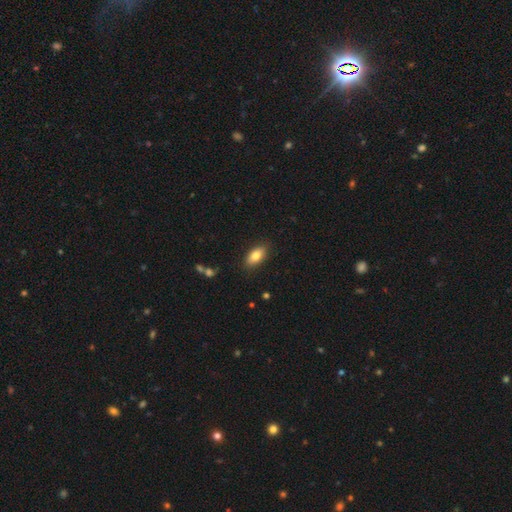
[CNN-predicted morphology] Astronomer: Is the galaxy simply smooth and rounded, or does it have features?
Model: smooth — 83%.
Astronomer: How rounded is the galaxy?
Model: in between — 89%.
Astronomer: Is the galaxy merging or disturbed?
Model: none — 86%.